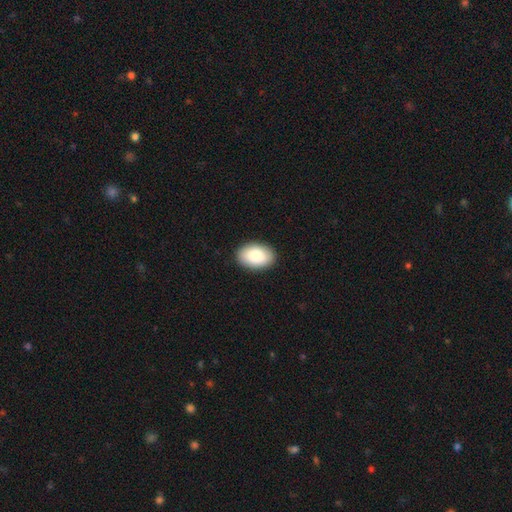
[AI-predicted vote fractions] A smooth galaxy with no disk features (87%) that is in between round and cigar-shaped (90%). Merging: none (90%).